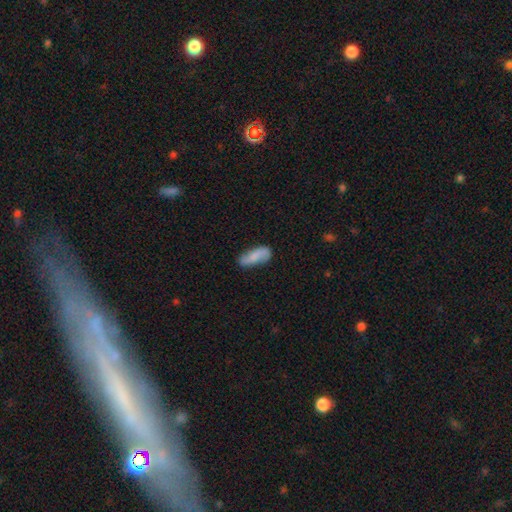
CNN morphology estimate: smooth_or_featured: smooth (p=0.71) [alt: featured or disk p=0.23]
how_rounded: in between (p=0.71) [alt: cigar-shaped p=0.27]
merging: none (p=0.74) [alt: minor disturbance p=0.20]